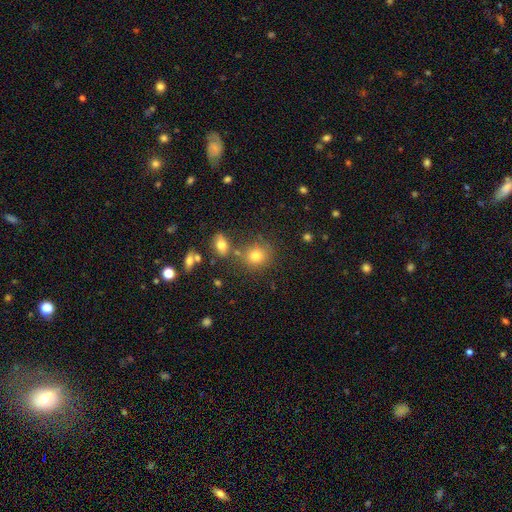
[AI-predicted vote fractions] smooth 77%, star or artifact 13%, featured or disk 9%. Down the decision tree: how rounded — round (74%); merging — none (67%).